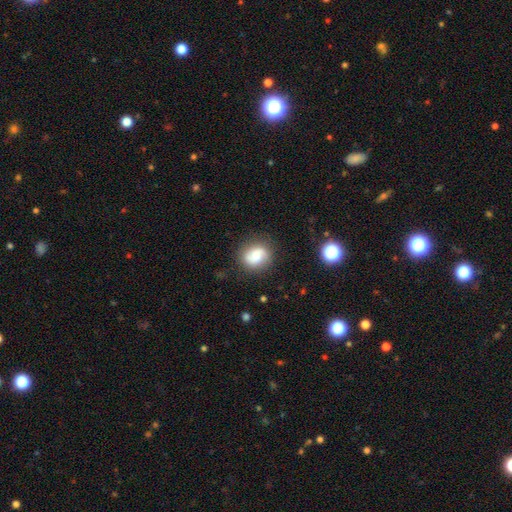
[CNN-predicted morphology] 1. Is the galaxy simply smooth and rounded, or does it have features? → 55% smooth, 36% featured or disk, 10% star or artifact.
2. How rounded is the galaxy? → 75% round, 24% in between, 1% cigar-shaped.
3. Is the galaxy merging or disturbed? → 82% none, 13% minor disturbance, 4% major disturbance, 1% merger.